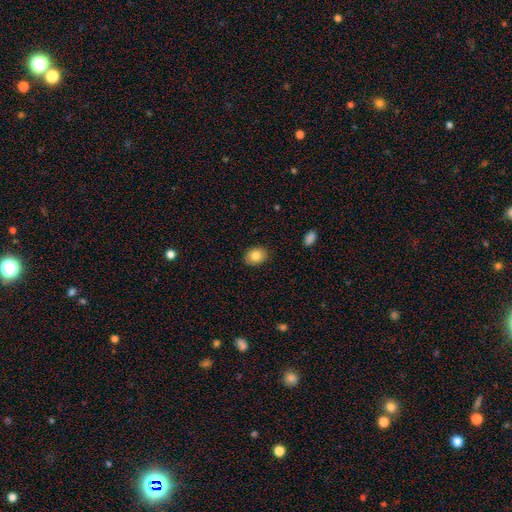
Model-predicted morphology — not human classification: smooth_or_featured: smooth (p=0.83) [alt: star or artifact p=0.09]
how_rounded: in between (p=0.57) [alt: round p=0.42]
merging: none (p=0.89) [alt: minor disturbance p=0.08]